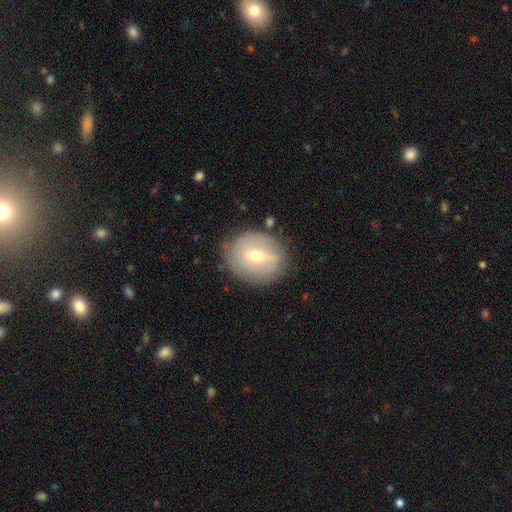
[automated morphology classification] Overall: featured or disk (49%; smooth 42%). Merging: none (78%).